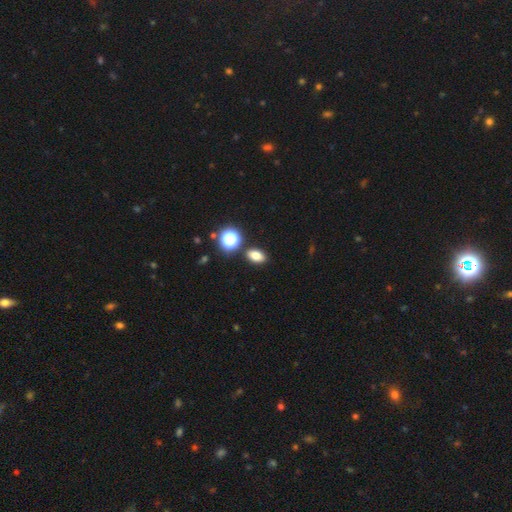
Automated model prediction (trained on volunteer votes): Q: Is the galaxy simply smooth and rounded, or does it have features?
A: smooth — 79%.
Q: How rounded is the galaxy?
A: in between — 81%.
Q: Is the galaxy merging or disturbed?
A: none — 84%.